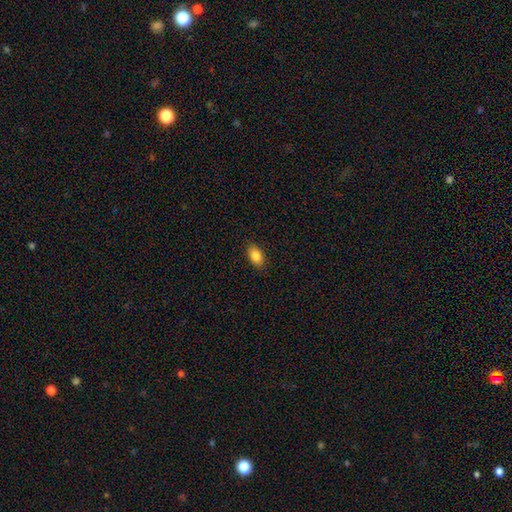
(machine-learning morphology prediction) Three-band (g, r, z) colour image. It shows a smooth galaxy with no disk features (87%) that is in between round and cigar-shaped (90%). Merging: none (87%).